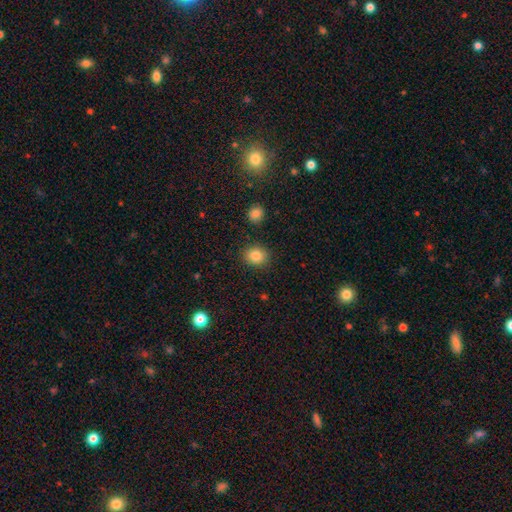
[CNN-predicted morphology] Smooth or featured? Predicted: smooth (p=0.86). How rounded? Predicted: round (p=0.73). Merging? Predicted: none (p=0.89).